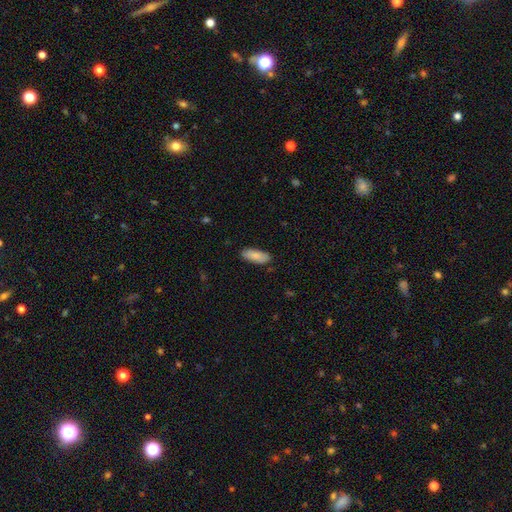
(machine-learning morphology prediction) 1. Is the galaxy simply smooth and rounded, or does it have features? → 86% smooth, 9% featured or disk, 6% star or artifact.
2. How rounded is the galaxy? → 73% in between, 25% cigar-shaped, 2% round.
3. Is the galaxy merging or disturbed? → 84% none, 12% minor disturbance, 2% major disturbance, 1% merger.